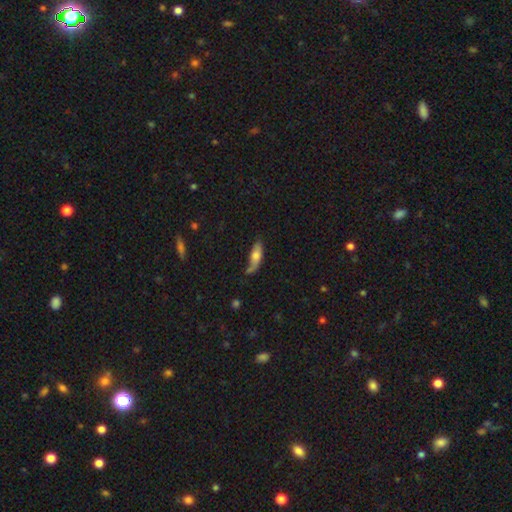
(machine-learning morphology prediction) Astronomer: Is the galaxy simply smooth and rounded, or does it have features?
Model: smooth — 60%.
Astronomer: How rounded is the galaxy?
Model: in between — 60% (runner-up: cigar-shaped, 37%).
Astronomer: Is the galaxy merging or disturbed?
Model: none — 47% (runner-up: minor disturbance, 31%).